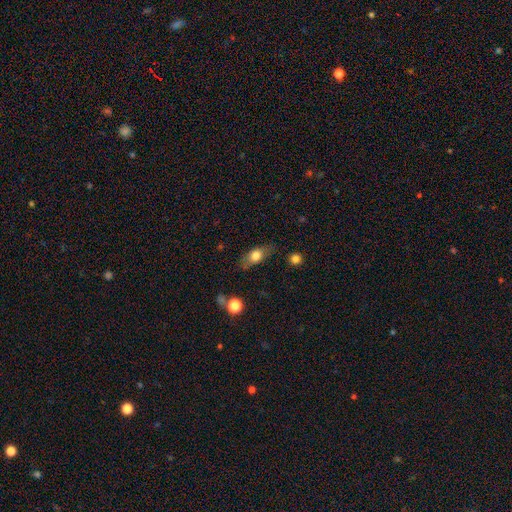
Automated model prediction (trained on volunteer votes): A smooth galaxy with no disk features (68%) that is in between round and cigar-shaped (76%).

Vote fractions:
- Smooth or featured? smooth: 68% / featured or disk: 25% / star or artifact: 7%
- How rounded? in between: 76% / cigar-shaped: 15% / round: 9%
- Merging? none: 74% / minor disturbance: 19% / major disturbance: 5% / merger: 2%